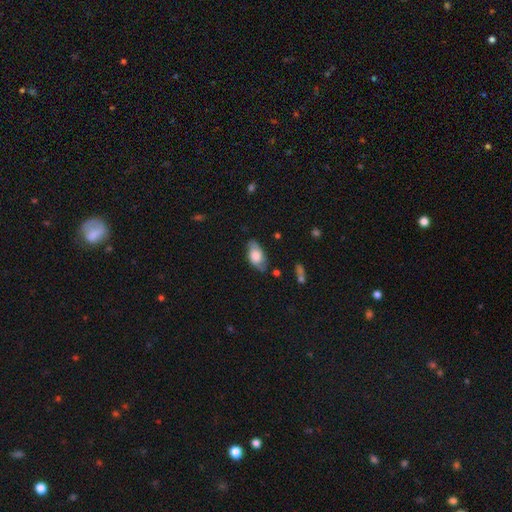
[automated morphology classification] Smooth or featured?
  - smooth: 69% *
  - featured or disk: 24%
  - star or artifact: 6%
How rounded?
  - in between: 93% *
  - round: 4%
  - cigar-shaped: 4%
Merging?
  - none: 74% *
  - minor disturbance: 20%
  - major disturbance: 4%
  - merger: 2%